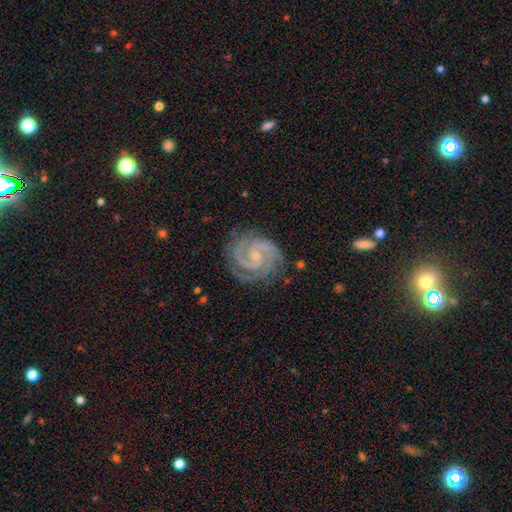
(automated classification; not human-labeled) Smooth or featured: featured or disk — 93% (star or artifact — 4%)
Edge-on disk: no — 98% (yes — 2%)
Bar: no — 57% (weak — 33%)
Spiral arms: yes — 99% (no — 1%)
Spiral winding: tight — 71% (medium — 27%)
Spiral arm count: 2 — 56% (3 — 27%)
Bulge size: small — 78% (moderate — 17%)
Merging: none — 79% (minor disturbance — 15%)